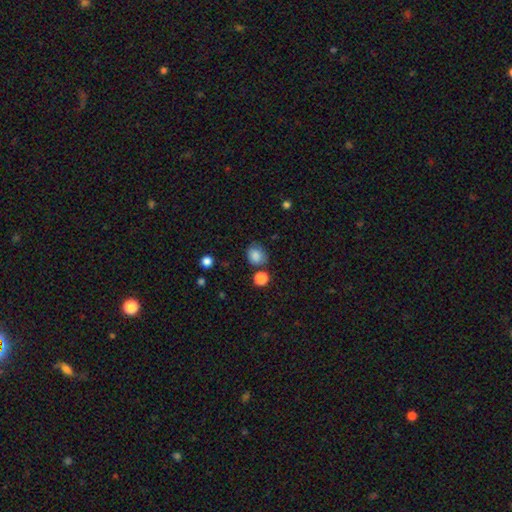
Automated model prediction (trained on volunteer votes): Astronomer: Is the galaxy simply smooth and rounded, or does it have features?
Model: smooth — 85%.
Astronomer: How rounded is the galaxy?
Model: round — 64%.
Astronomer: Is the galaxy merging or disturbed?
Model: none — 68%.